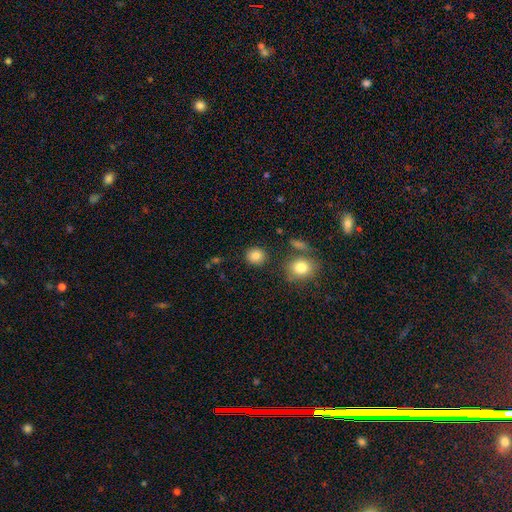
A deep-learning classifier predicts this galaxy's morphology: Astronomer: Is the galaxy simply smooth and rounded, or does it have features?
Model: smooth — 83%.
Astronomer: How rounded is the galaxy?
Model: round — 86%.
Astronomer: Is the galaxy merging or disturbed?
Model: none — 87%.